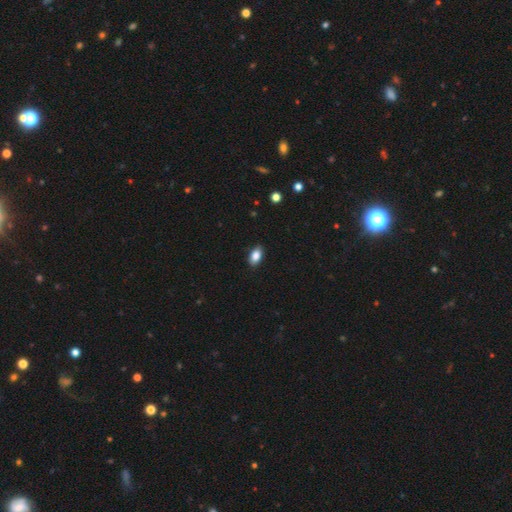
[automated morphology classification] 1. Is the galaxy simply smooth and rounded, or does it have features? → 86% smooth, 8% star or artifact, 6% featured or disk.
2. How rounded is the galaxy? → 91% in between, 7% round, 2% cigar-shaped.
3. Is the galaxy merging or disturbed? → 87% none, 10% minor disturbance, 2% major disturbance, 1% merger.